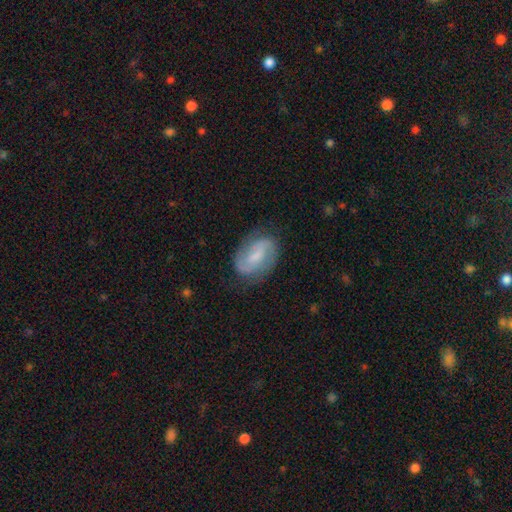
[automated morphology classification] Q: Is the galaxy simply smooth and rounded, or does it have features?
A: featured or disk — 72%.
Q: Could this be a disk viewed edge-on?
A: no — 97%.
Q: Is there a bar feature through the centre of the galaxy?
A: weak — 51%.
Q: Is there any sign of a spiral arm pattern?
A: yes — 92%.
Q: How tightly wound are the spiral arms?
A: medium — 48%.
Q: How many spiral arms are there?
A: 2 — 87%.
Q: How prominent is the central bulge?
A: small — 44%.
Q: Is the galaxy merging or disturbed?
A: none — 76%.